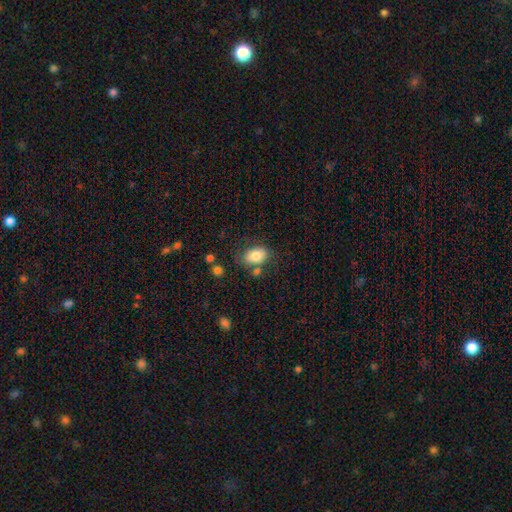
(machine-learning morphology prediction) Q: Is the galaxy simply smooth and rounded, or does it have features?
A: smooth — 80%.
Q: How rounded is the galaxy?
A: in between — 86%.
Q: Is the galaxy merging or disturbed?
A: none — 65%.